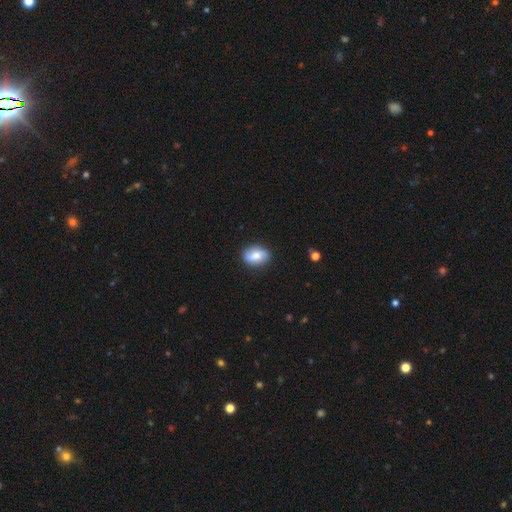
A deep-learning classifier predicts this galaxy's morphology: Smooth or featured? Predicted: smooth (p=0.66). How rounded? Predicted: in between (p=0.79). Merging? Predicted: none (p=0.85).